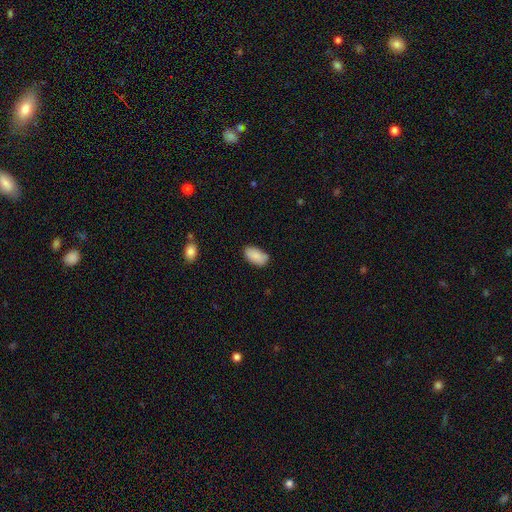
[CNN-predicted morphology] type=smooth (87%); roundness=in between (94%); merging=none (73%).